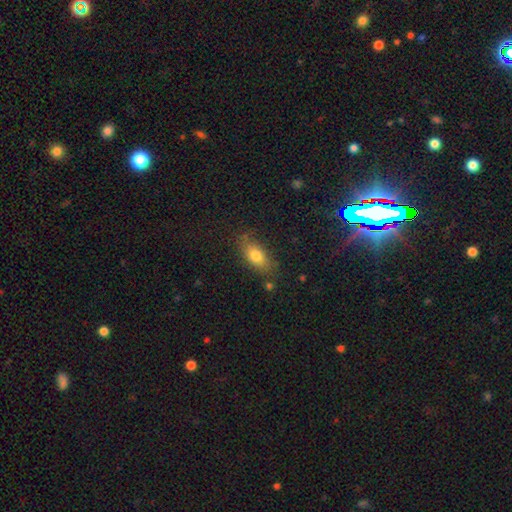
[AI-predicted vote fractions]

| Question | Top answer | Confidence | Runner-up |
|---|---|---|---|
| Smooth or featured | smooth | 75% | featured or disk (16%) |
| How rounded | in between | 81% | cigar-shaped (12%) |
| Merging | none | 75% | minor disturbance (17%) |